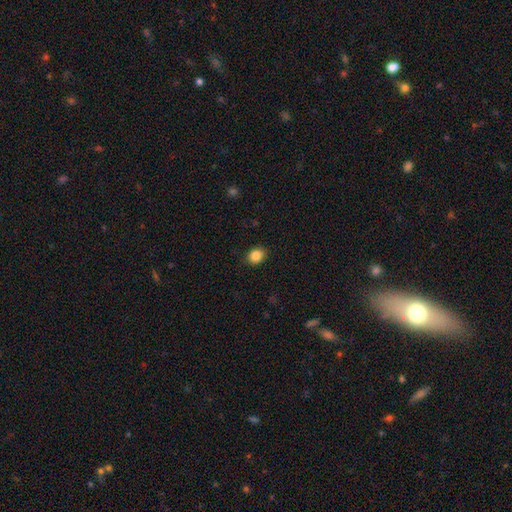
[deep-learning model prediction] The model was most divided on "how rounded": round: 60%, in between: 39%, cigar-shaped: 1%. More confident: merging — none (87%); smooth or featured — smooth (86%).